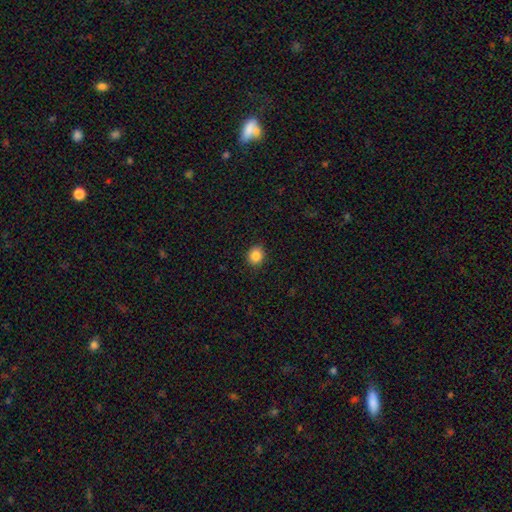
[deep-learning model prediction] This appears to be a smooth galaxy with no disk features (85%) that is round (72%). Merging: none (91%).